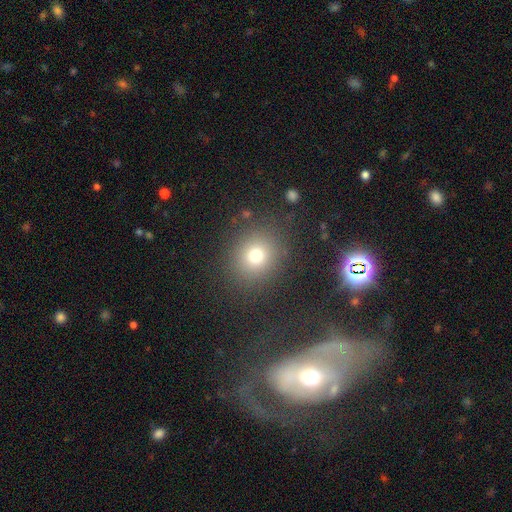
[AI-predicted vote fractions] smooth 75%, star or artifact 16%, featured or disk 9%. Down the decision tree: how rounded — round (79%); merging — none (86%).